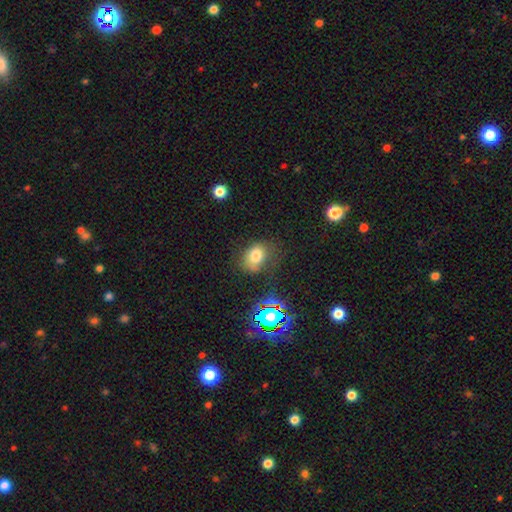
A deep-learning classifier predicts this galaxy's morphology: This appears to be a smooth galaxy with no disk features (73%) that is in between round and cigar-shaped (62%). Merging: none (60%).